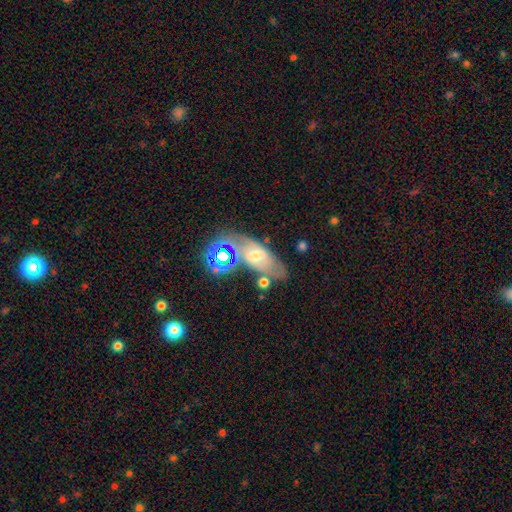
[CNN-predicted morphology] type=featured or disk (53%); edge-on=no (83%); merging=none (57%).